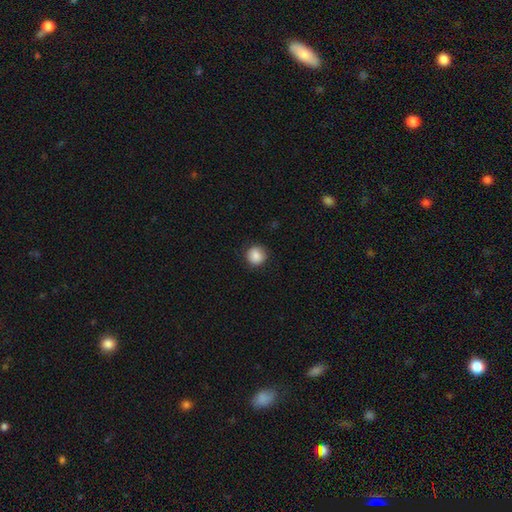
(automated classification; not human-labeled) Smooth or featured: smooth — 87% (star or artifact — 9%)
How rounded: round — 92% (in between — 7%)
Merging: none — 88% (minor disturbance — 9%)